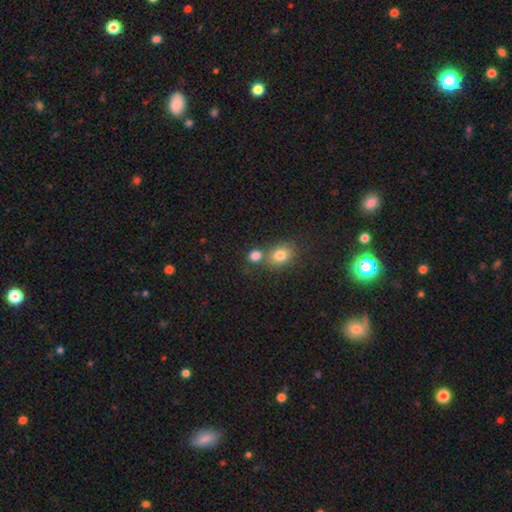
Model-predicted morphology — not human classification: Smooth or featured? smooth (81%)
How rounded? round (60%)
Merging? none (54%)